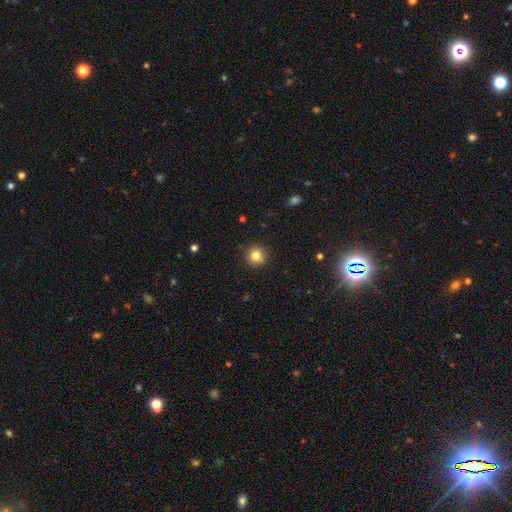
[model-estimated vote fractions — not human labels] The model was most divided on "smooth or featured": smooth: 80%, star or artifact: 12%, featured or disk: 8%. More confident: how rounded — round (94%); merging — none (86%).